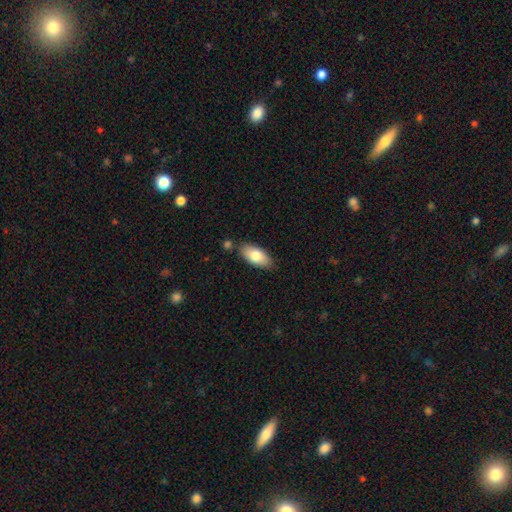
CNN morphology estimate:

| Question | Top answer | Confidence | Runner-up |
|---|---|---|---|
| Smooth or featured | smooth | 80% | featured or disk (14%) |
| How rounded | in between | 90% | cigar-shaped (7%) |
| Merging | none | 79% | minor disturbance (13%) |